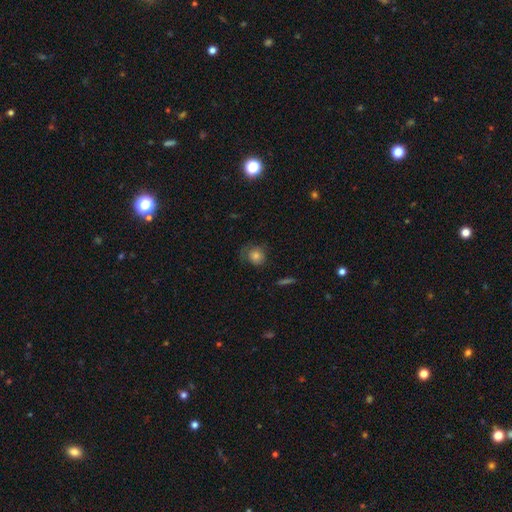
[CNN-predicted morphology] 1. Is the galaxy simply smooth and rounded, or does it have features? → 74% smooth, 16% featured or disk, 10% star or artifact.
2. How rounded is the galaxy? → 80% round, 19% in between, 1% cigar-shaped.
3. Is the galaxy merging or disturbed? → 57% none, 25% minor disturbance, 16% major disturbance, 2% merger.